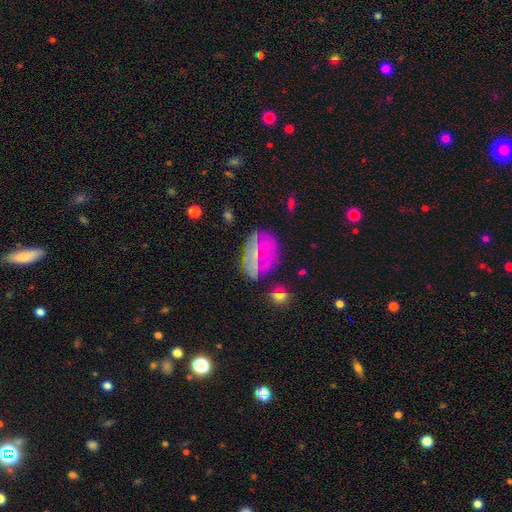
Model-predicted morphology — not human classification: This is possibly a featured or disk galaxy (50%). Merging: possibly none (58%).